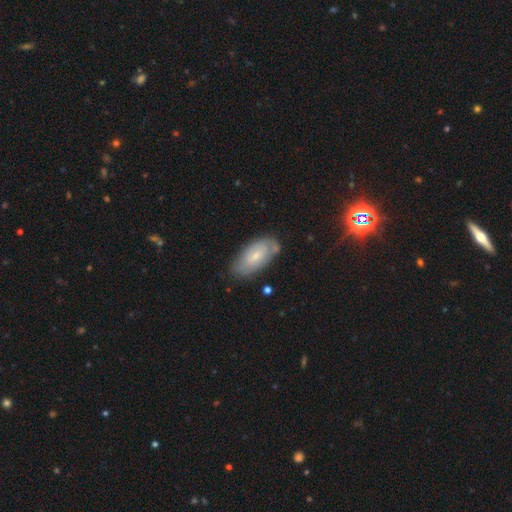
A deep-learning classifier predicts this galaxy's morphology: Smooth or featured? Predicted: smooth (p=0.50). How rounded? Predicted: in between (p=0.91). Merging? Predicted: none (p=0.71).